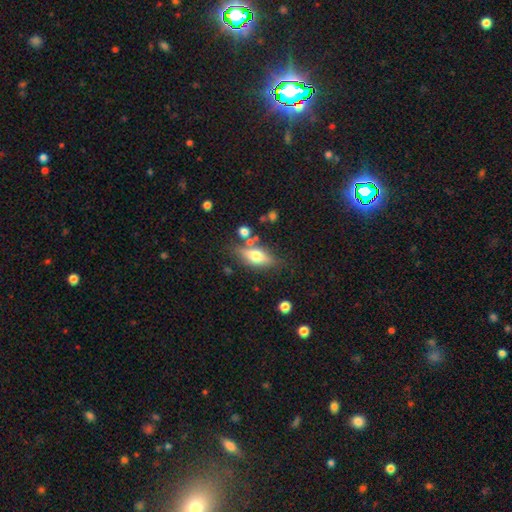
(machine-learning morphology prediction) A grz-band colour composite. It shows a smooth galaxy with no disk features (53%) that is in between round and cigar-shaped (66%). Merging: none (73%).